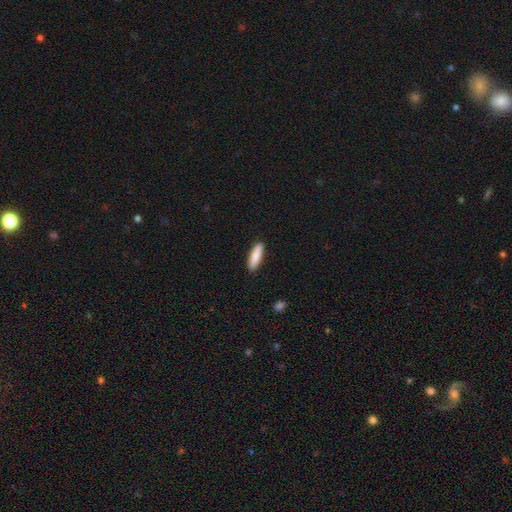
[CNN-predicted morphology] Overall: smooth (82%). How rounded: cigar-shaped (64%; in between 35%). Merging: none (89%).